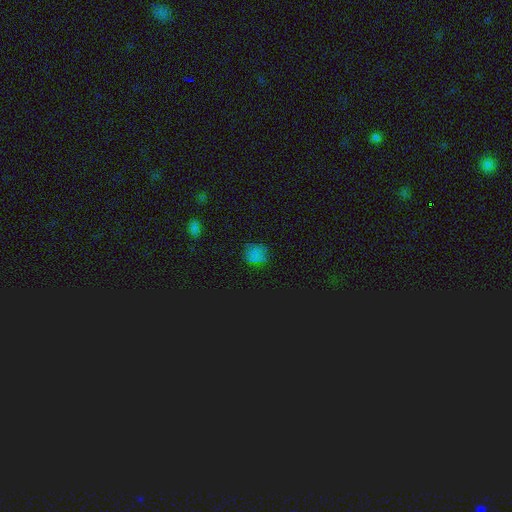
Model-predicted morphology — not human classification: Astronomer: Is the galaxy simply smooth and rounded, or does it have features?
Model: smooth — 57% (runner-up: star or artifact, 36%).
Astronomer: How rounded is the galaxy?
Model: round — 74%.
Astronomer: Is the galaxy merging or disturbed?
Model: none — 73%.